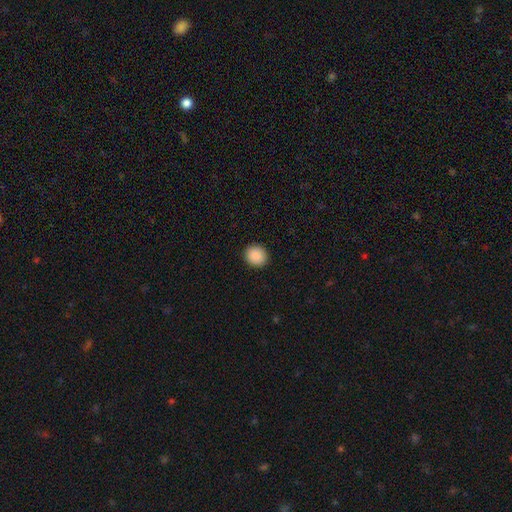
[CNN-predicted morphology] Q: Smooth or featured?
A: smooth (89%); runner-up: star or artifact (8%)
Q: How rounded?
A: round (84%); runner-up: in between (15%)
Q: Merging?
A: none (92%); runner-up: minor disturbance (5%)